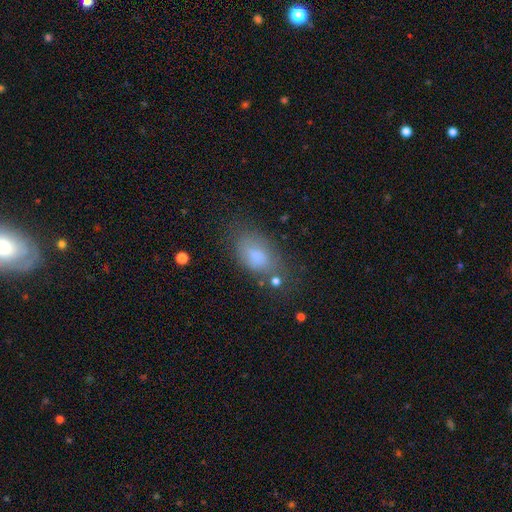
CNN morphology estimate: Smooth or featured?
  - smooth: 77% *
  - featured or disk: 13%
  - star or artifact: 10%
How rounded?
  - in between: 87% *
  - round: 10%
  - cigar-shaped: 3%
Merging?
  - none: 61% *
  - minor disturbance: 23%
  - major disturbance: 10%
  - merger: 6%